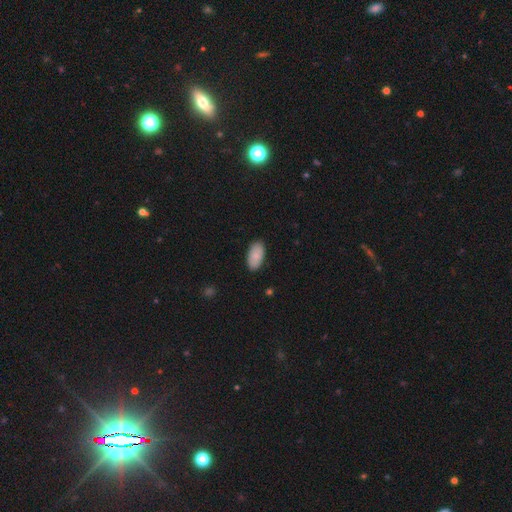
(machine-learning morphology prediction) smooth_or_featured: smooth (p=0.86) [alt: featured or disk p=0.08]
how_rounded: in between (p=0.95) [alt: cigar-shaped p=0.02]
merging: none (p=0.88) [alt: minor disturbance p=0.09]